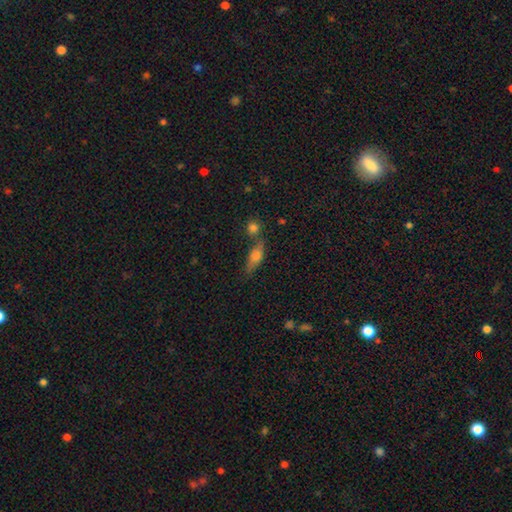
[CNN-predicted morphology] smooth-or-featured: smooth: 58% | featured or disk: 29% | star or artifact: 13%
  how-rounded: in between: 55% | cigar-shaped: 36% | round: 9%
  merging: none: 51% | merger: 24% | minor disturbance: 17% | major disturbance: 8%